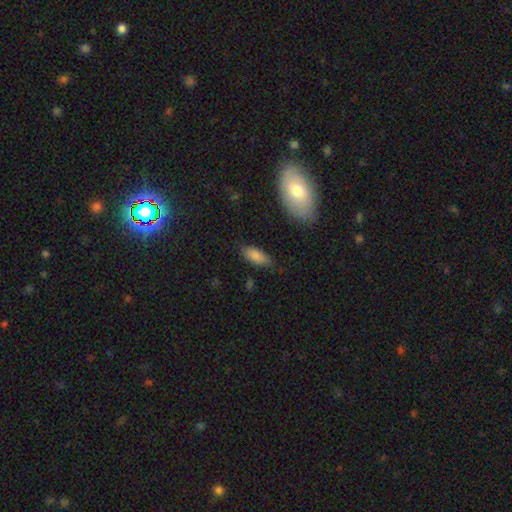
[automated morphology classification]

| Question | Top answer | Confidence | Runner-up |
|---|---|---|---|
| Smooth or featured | smooth | 85% | star or artifact (7%) |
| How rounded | in between | 84% | cigar-shaped (14%) |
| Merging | none | 81% | minor disturbance (14%) |